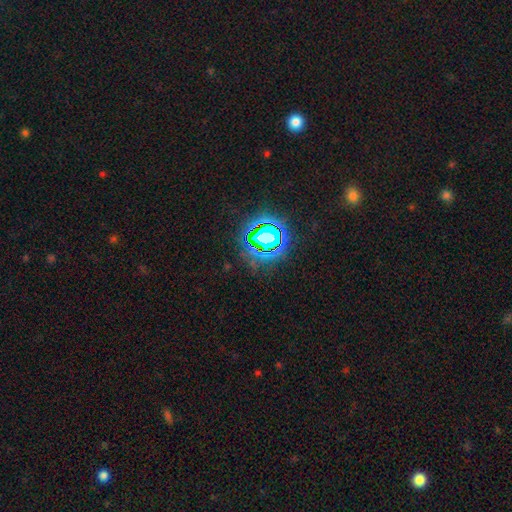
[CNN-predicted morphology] A star or artifact, not a galaxy (81%).